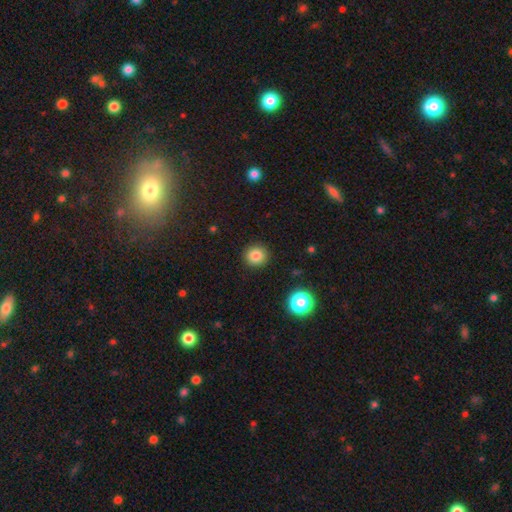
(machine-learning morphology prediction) Smooth or featured: smooth — 83% (star or artifact — 12%)
How rounded: round — 91% (in between — 8%)
Merging: none — 91% (minor disturbance — 5%)